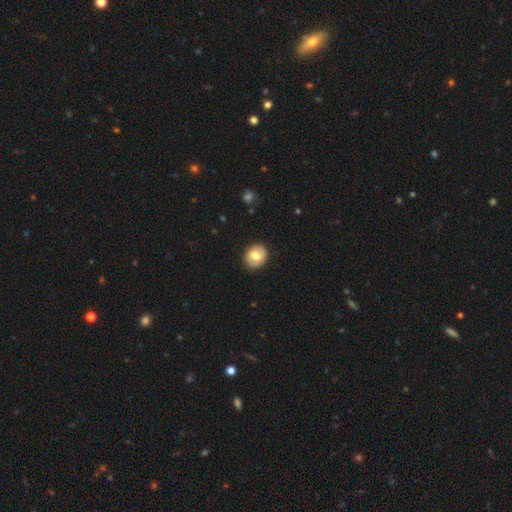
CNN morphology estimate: A smooth galaxy with no disk features (66%) that is round (65%). Merging: none (86%).